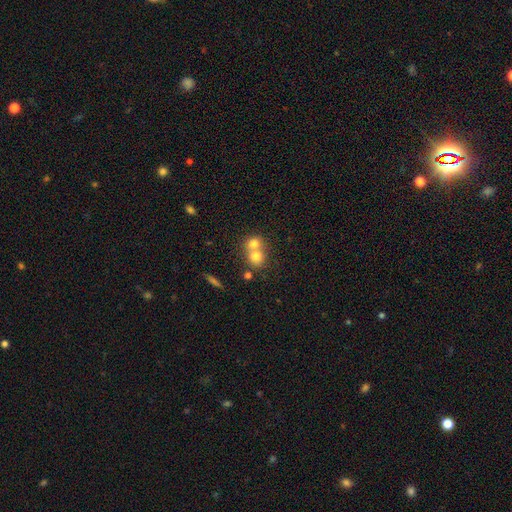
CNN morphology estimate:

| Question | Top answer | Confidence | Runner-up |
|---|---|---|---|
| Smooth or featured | smooth | 74% | featured or disk (15%) |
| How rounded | round | 77% | in between (22%) |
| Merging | merger | 63% | none (30%) |